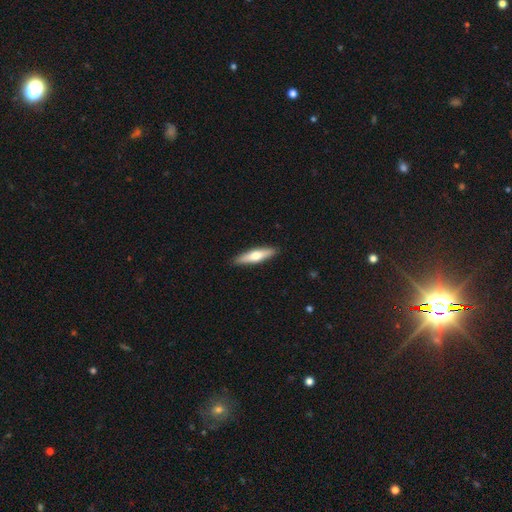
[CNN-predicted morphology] Smooth or featured?
  - smooth: 56% *
  - featured or disk: 39%
  - star or artifact: 5%
How rounded?
  - cigar-shaped: 76% *
  - in between: 23%
  - round: 2%
Merging?
  - none: 91% *
  - minor disturbance: 7%
  - major disturbance: 1%
  - merger: 1%